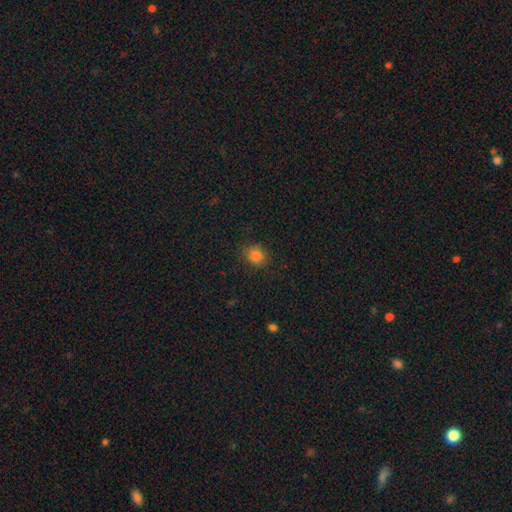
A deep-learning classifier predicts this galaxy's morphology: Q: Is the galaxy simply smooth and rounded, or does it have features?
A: smooth — 83%.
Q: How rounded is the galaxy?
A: round — 79%.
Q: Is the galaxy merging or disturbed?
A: none — 83%.